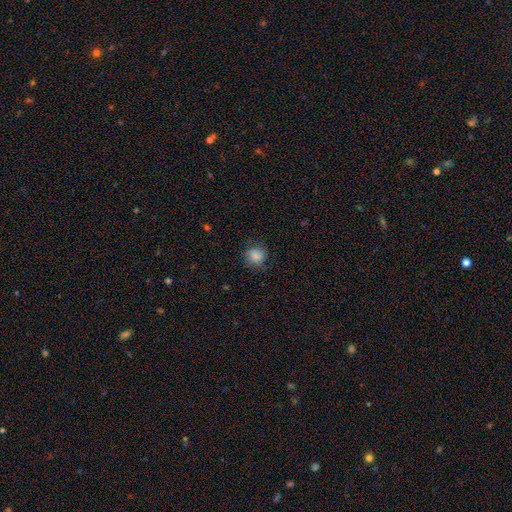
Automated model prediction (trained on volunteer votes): The model was most divided on "merging": none: 78%, minor disturbance: 16%, major disturbance: 5%, merger: 1%. More confident: how rounded — round (85%); smooth or featured — smooth (84%).